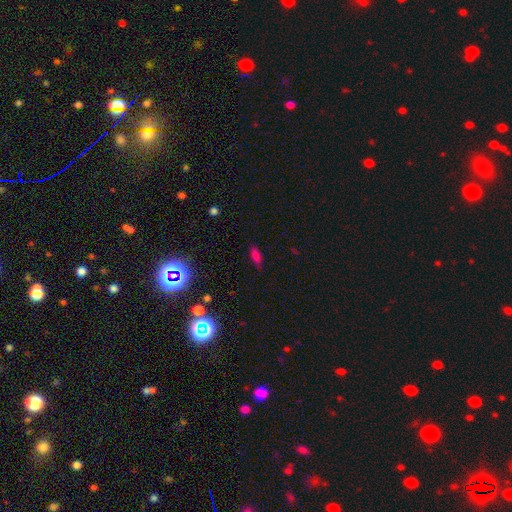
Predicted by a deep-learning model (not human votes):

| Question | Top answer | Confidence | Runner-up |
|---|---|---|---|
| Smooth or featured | smooth | 67% | star or artifact (23%) |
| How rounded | in between | 69% | cigar-shaped (27%) |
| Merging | none | 80% | minor disturbance (14%) |